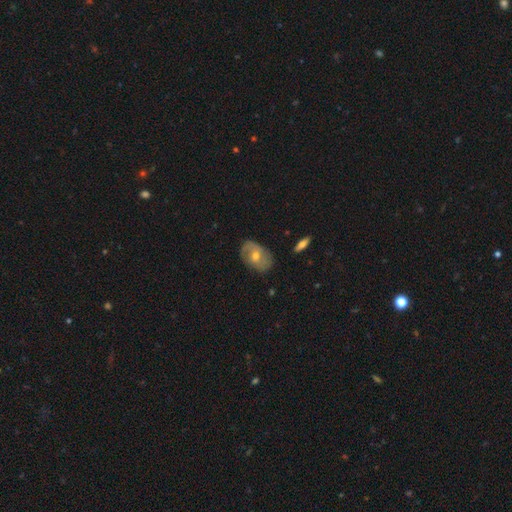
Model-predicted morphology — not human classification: Overall: featured or disk (59%; smooth 33%). Edge-on disk: no (92%). Bar: no (54%; weak 35%). Spiral arms: yes (67%; no 33%). Bulge size: moderate (65%; small 31%). Merging: none (75%).